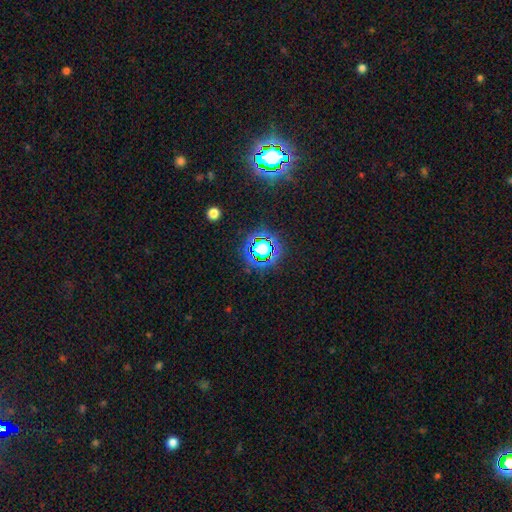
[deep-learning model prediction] Morphology: type=star or artifact (78%).